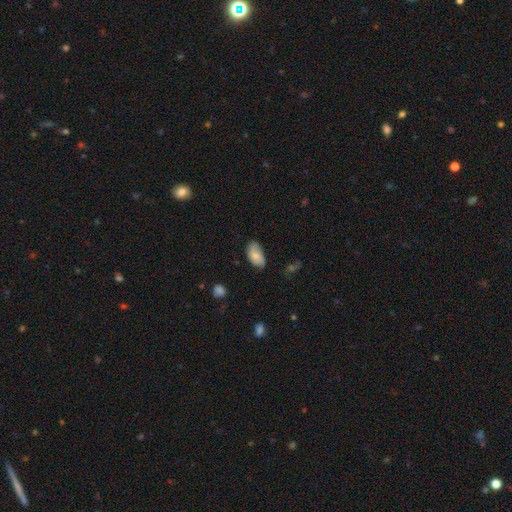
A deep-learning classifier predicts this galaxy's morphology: type=smooth (74%); roundness=in between (94%); merging=none (65%).